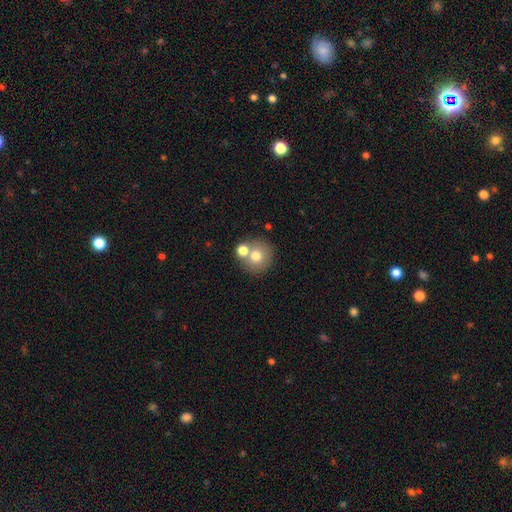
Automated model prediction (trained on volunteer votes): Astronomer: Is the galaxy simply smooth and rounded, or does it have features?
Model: smooth — 72%.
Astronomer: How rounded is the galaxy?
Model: round — 89%.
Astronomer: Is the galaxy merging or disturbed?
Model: none — 60%.